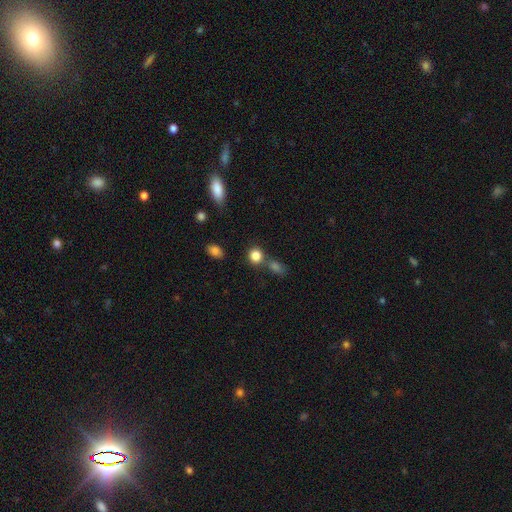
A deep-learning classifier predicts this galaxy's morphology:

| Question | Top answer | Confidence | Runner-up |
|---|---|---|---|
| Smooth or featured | smooth | 84% | star or artifact (10%) |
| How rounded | round | 79% | in between (20%) |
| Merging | none | 62% | merger (23%) |